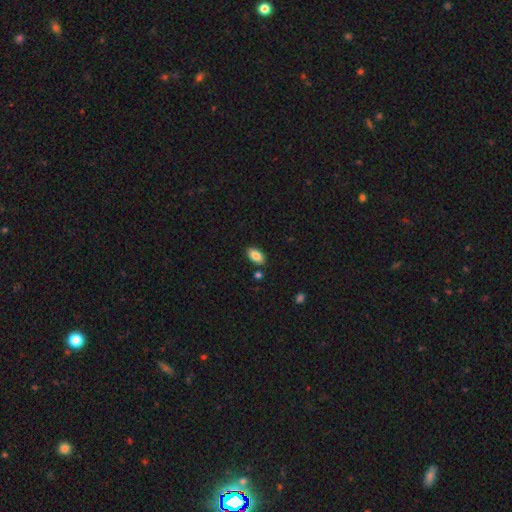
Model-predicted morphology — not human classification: Smooth or featured? smooth (84%)
How rounded? in between (93%)
Merging? none (85%)